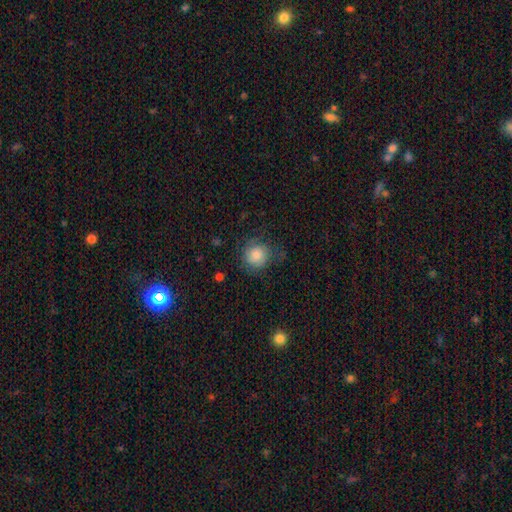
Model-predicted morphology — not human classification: Smooth or featured? smooth (81%)
How rounded? round (86%)
Merging? none (67%)